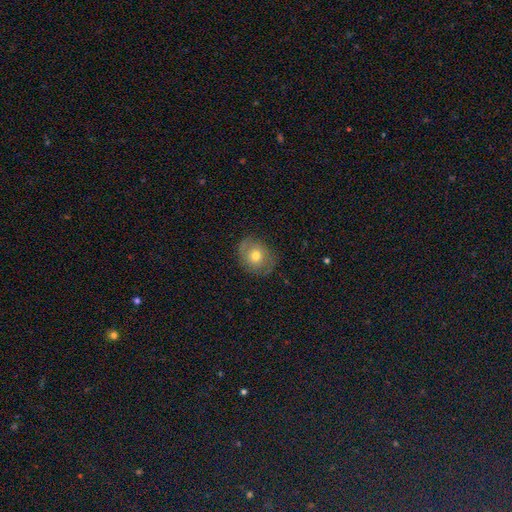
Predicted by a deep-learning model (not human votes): A smooth galaxy with no disk features (58%) that is round (68%).

Vote fractions:
- Smooth or featured? smooth: 58% / featured or disk: 32% / star or artifact: 10%
- How rounded? round: 68% / in between: 31% / cigar-shaped: 1%
- Merging? none: 78% / minor disturbance: 16% / major disturbance: 5% / merger: 1%